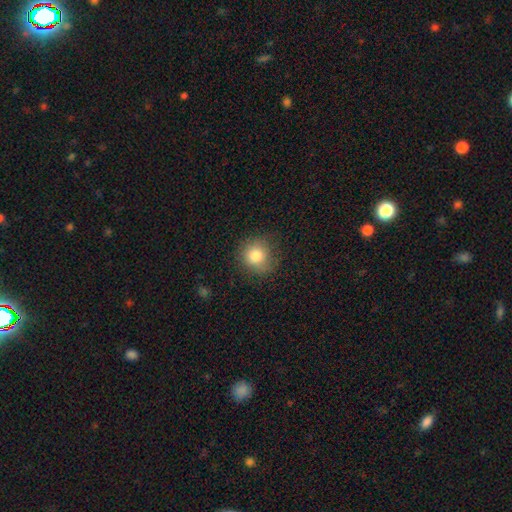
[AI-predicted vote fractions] smooth_or_featured: smooth (p=0.81) [alt: star or artifact p=0.11]
how_rounded: round (p=0.89) [alt: in between p=0.10]
merging: none (p=0.79) [alt: minor disturbance p=0.15]